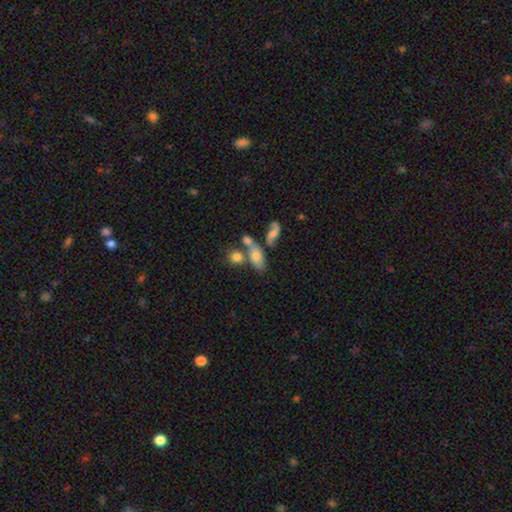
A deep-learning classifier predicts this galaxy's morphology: The model was most divided on "merging": merger: 39%, none: 38%, minor disturbance: 14%, major disturbance: 8%. More confident: how rounded — in between (73%); smooth or featured — smooth (66%).